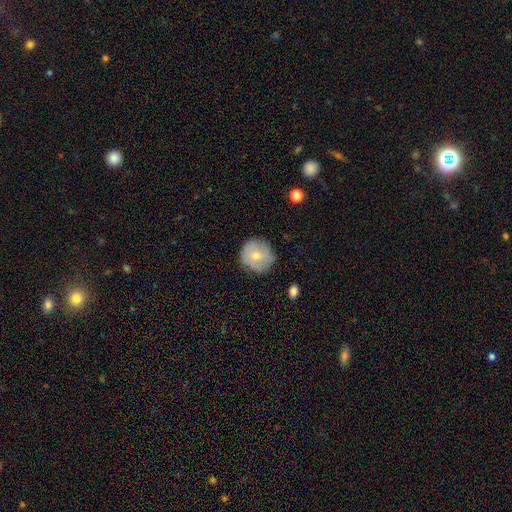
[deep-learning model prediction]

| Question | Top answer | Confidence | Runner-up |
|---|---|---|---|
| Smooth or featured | smooth | 64% | featured or disk (28%) |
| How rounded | round | 92% | in between (7%) |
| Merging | none | 77% | minor disturbance (18%) |